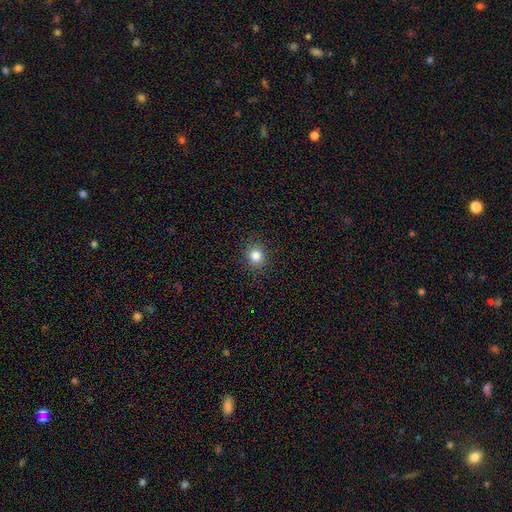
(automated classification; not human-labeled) Overall: smooth (83%). How rounded: round (83%). Merging: none (90%).